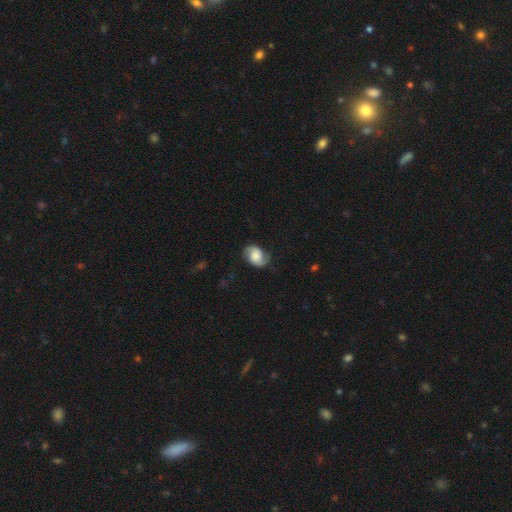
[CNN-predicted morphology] Smooth or featured? Predicted: featured or disk (p=0.52). Edge-on disk? Predicted: no (p=0.97). Bar? Predicted: no (p=0.62). Spiral arms? Predicted: yes (p=0.90). Bulge size? Predicted: large (p=0.32). Merging? Predicted: none (p=0.72).